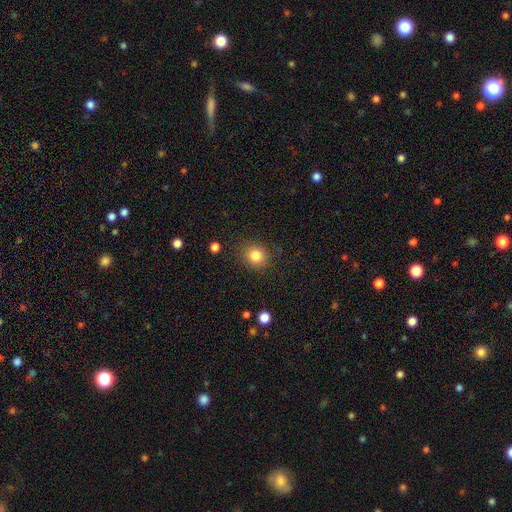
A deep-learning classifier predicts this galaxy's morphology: Smooth or featured?
  - smooth: 83% *
  - star or artifact: 11%
  - featured or disk: 6%
How rounded?
  - round: 80% *
  - in between: 20%
  - cigar-shaped: 1%
Merging?
  - none: 86% *
  - minor disturbance: 9%
  - major disturbance: 3%
  - merger: 1%